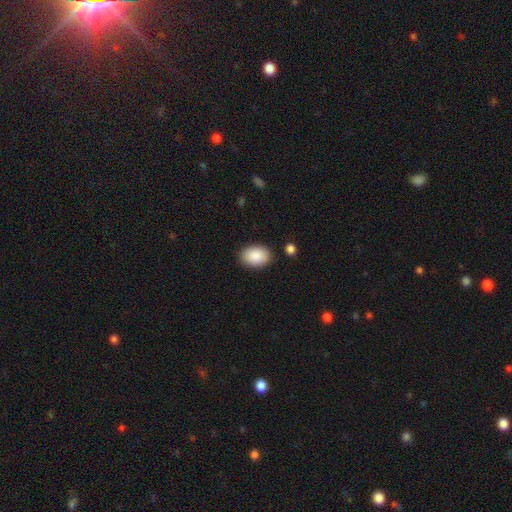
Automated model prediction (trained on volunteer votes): Smooth or featured?
  - smooth: 89% *
  - star or artifact: 6%
  - featured or disk: 5%
How rounded?
  - in between: 82% *
  - round: 17%
  - cigar-shaped: 1%
Merging?
  - none: 87% *
  - minor disturbance: 9%
  - major disturbance: 2%
  - merger: 2%